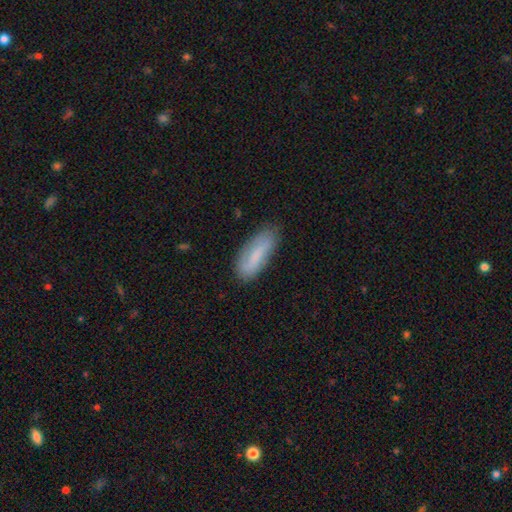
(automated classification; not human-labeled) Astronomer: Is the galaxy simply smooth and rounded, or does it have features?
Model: smooth — 73%.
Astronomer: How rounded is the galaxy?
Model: in between — 68%.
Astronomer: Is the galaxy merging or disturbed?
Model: none — 74%.